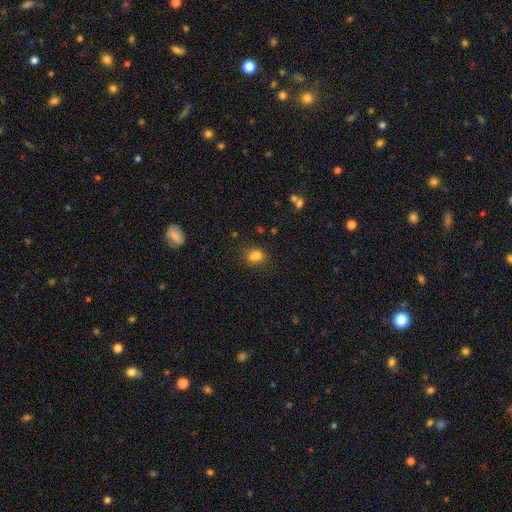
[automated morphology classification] Smooth or featured? Predicted: smooth (p=0.74). How rounded? Predicted: round (p=0.50). Merging? Predicted: none (p=0.51).